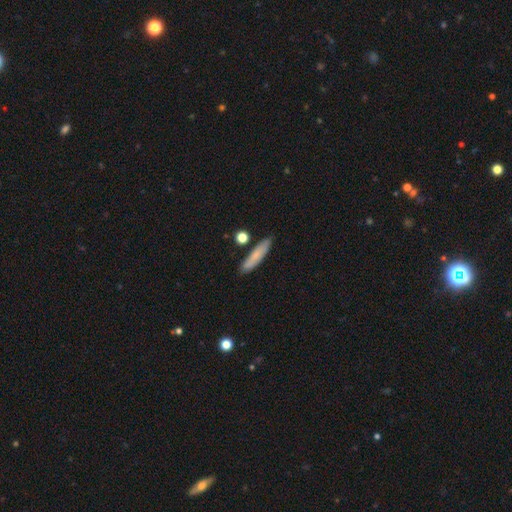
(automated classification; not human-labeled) smooth_or_featured: smooth (p=0.75) [alt: featured or disk p=0.18]
how_rounded: cigar-shaped (p=0.82) [alt: in between p=0.16]
merging: none (p=0.84) [alt: minor disturbance p=0.10]